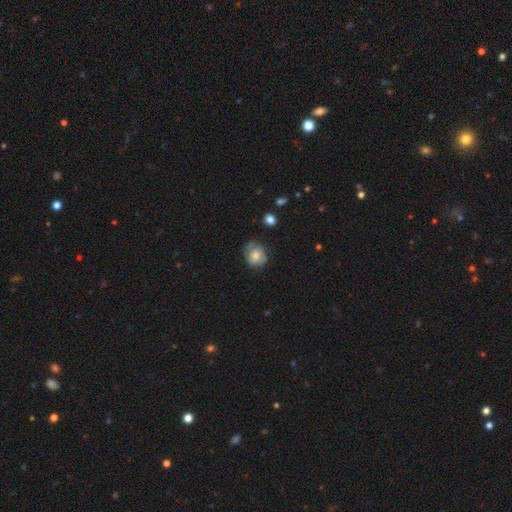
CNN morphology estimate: Overall: smooth (68%). How rounded: round (73%). Merging: none (61%; minor disturbance 28%).